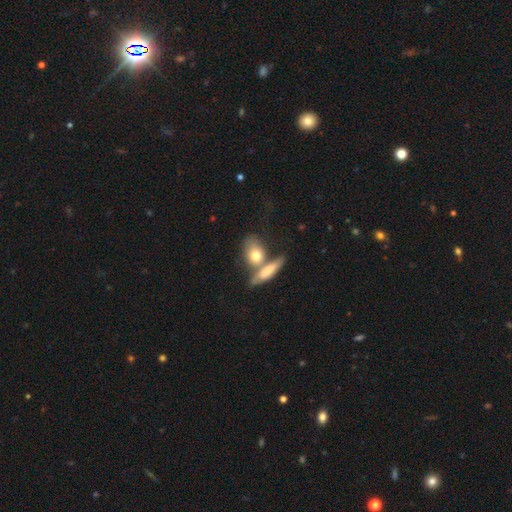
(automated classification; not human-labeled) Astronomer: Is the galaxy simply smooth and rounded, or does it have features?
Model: smooth — 71%.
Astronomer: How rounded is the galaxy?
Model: in between — 66%.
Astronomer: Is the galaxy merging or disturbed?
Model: merger — 49% (runner-up: none, 33%).